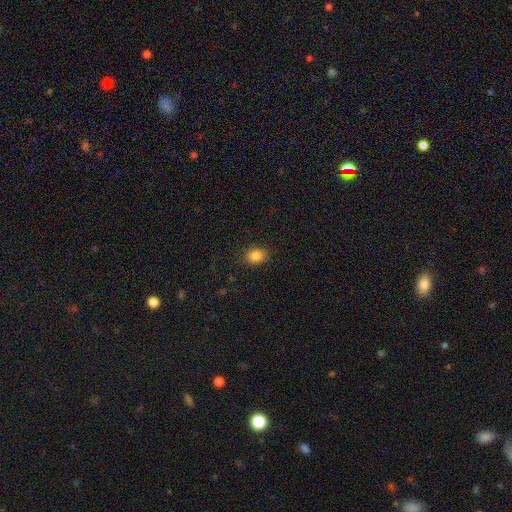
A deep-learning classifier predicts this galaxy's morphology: Q: Smooth or featured?
A: smooth (84%); runner-up: star or artifact (11%)
Q: How rounded?
A: round (52%); runner-up: in between (47%)
Q: Merging?
A: none (87%); runner-up: minor disturbance (10%)